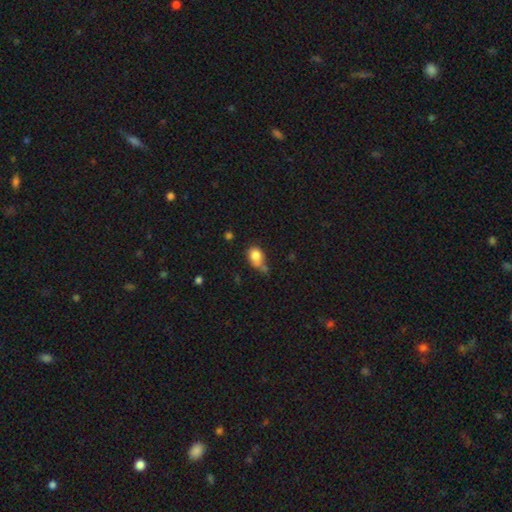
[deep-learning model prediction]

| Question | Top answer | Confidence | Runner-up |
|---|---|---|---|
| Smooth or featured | smooth | 80% | featured or disk (10%) |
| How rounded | in between | 59% | round (40%) |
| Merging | none | 37% | minor disturbance (29%) |